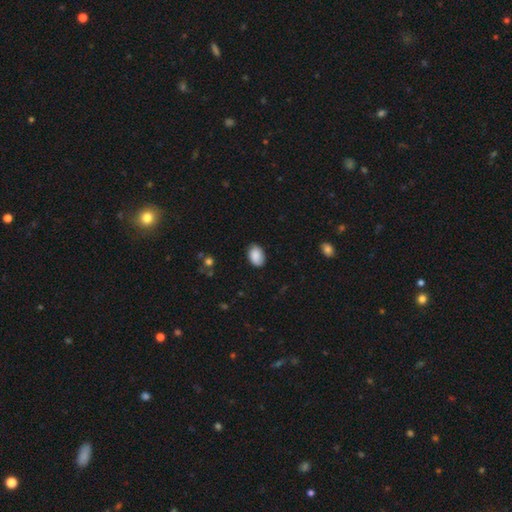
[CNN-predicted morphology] Q: Smooth or featured?
A: smooth (88%); runner-up: star or artifact (7%)
Q: How rounded?
A: in between (86%); runner-up: round (13%)
Q: Merging?
A: none (82%); runner-up: minor disturbance (14%)